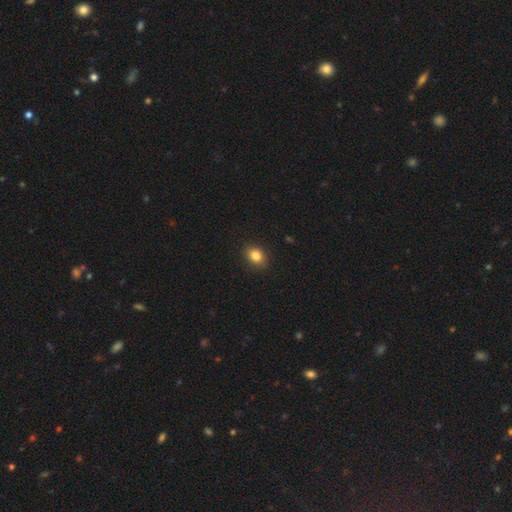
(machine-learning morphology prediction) Smooth or featured? Predicted: smooth (p=0.84). How rounded? Predicted: in between (p=0.53). Merging? Predicted: none (p=0.87).